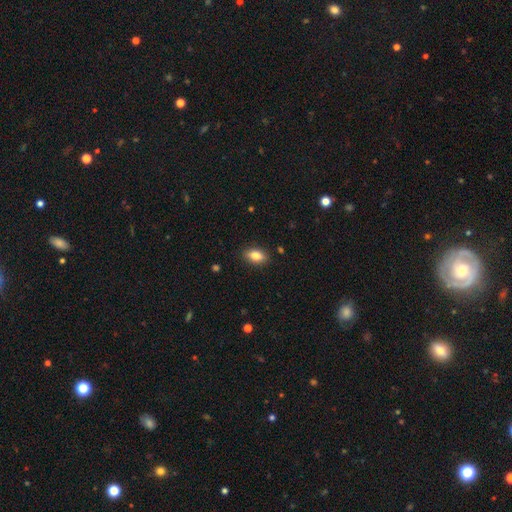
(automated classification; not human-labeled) The model was most divided on "smooth or featured": smooth: 81%, featured or disk: 11%, star or artifact: 8%. More confident: merging — none (87%); how rounded — in between (86%).